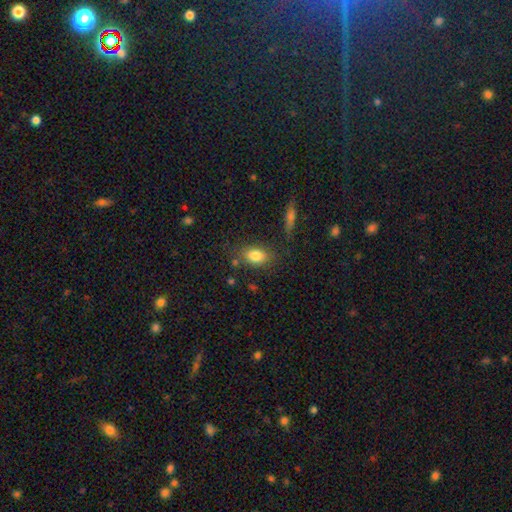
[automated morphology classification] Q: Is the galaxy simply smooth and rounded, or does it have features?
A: smooth — 82%.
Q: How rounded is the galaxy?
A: in between — 79%.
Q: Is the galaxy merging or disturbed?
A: none — 76%.